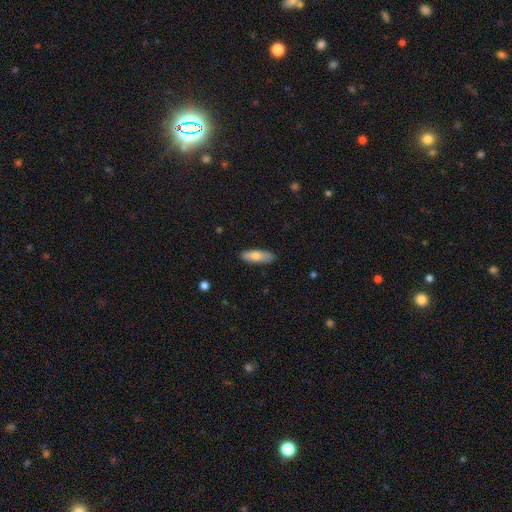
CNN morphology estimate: smooth 74%, featured or disk 20%, star or artifact 6%. Down the decision tree: how rounded — in between (55%); merging — none (87%).